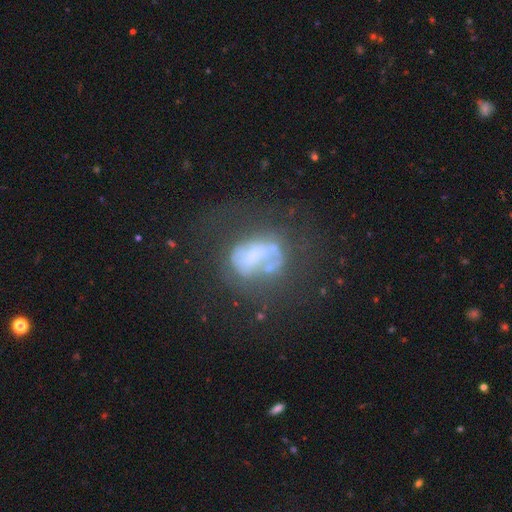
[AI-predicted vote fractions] Smooth or featured? Predicted: featured or disk (p=0.63). Edge-on disk? Predicted: no (p=0.96). Bar? Predicted: no (p=0.62). Spiral arms? Predicted: no (p=0.72). Bulge size? Predicted: none (p=0.40). Merging? Predicted: major disturbance (p=0.36).